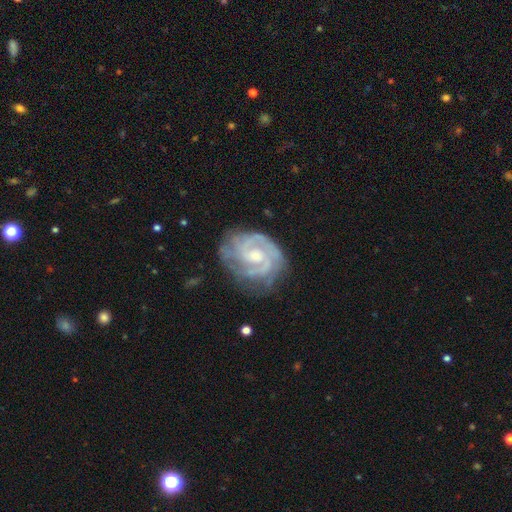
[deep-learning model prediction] Smooth or featured?
  - featured or disk: 89% *
  - smooth: 6%
  - star or artifact: 5%
Edge-on disk?
  - no: 98% *
  - yes: 2%
Bar?
  - no: 51% *
  - weak: 40%
  - strong: 9%
Spiral arms?
  - yes: 97% *
  - no: 3%
Spiral winding?
  - tight: 62% *
  - medium: 32%
  - loose: 5%
Spiral arm count?
  - 2: 46% *
  - 3: 24%
  - can't tell: 16%
  - 4: 6%
  - 1: 4%
  - more than 4: 4%
Bulge size?
  - moderate: 52% *
  - small: 40%
  - none: 4%
  - large: 4%
  - dominant: 1%
Merging?
  - none: 72% *
  - minor disturbance: 20%
  - major disturbance: 7%
  - merger: 1%